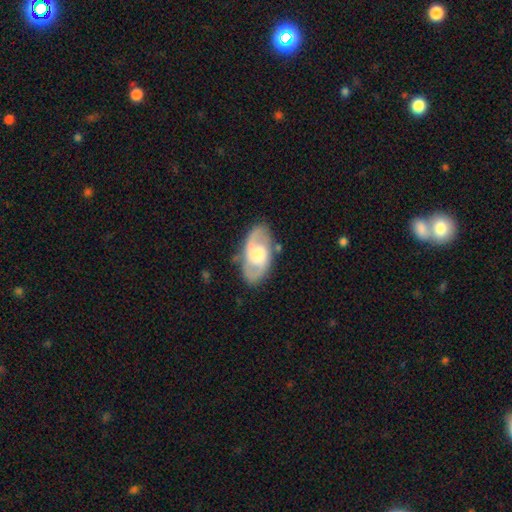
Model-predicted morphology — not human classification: Smooth or featured: featured or disk — 77% (smooth — 18%)
Edge-on disk: no — 94% (yes — 6%)
Bar: no — 55% (weak — 36%)
Spiral arms: yes — 88% (no — 12%)
Spiral winding: medium — 50% (tight — 27%)
Spiral arm count: 2 — 86% (can't tell — 8%)
Bulge size: moderate — 49% (large — 30%)
Merging: none — 80% (minor disturbance — 14%)